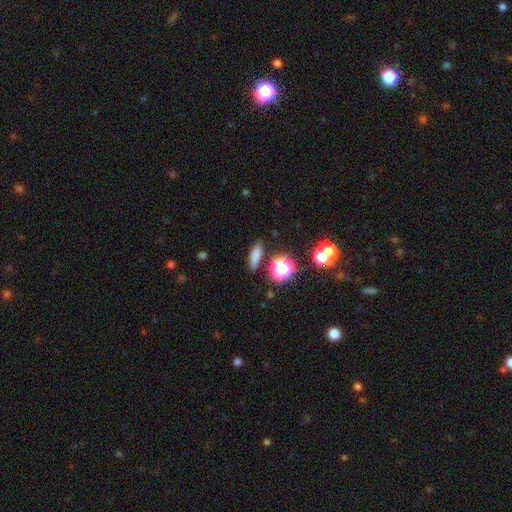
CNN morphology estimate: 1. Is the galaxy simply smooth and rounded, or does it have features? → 74% smooth, 17% star or artifact, 9% featured or disk.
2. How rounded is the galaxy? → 47% in between, 40% cigar-shaped, 13% round.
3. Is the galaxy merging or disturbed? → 80% none, 12% minor disturbance, 5% merger, 4% major disturbance.